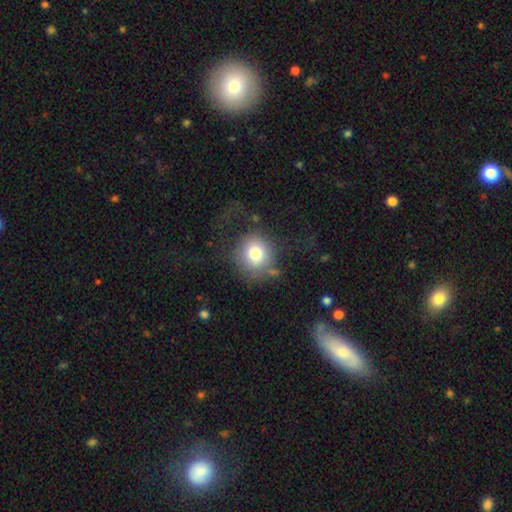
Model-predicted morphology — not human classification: A smooth galaxy with no disk features (74%) that is round (85%).

Vote fractions:
- Smooth or featured? smooth: 74% / featured or disk: 15% / star or artifact: 11%
- How rounded? round: 85% / in between: 14% / cigar-shaped: 1%
- Merging? none: 55% / major disturbance: 23% / minor disturbance: 18% / merger: 4%